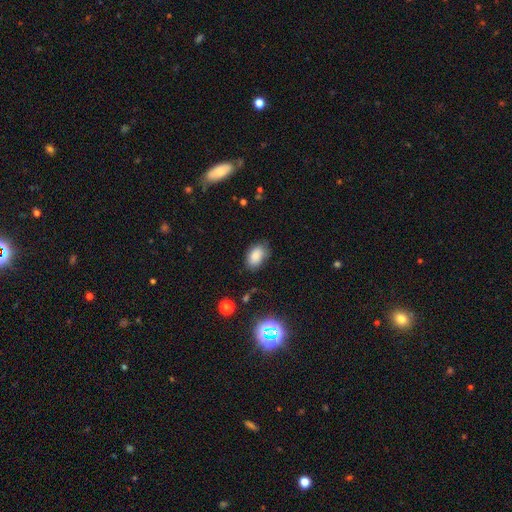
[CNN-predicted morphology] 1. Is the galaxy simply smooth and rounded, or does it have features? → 83% smooth, 10% star or artifact, 8% featured or disk.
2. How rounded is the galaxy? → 90% in between, 9% round, 1% cigar-shaped.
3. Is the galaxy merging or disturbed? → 73% none, 21% minor disturbance, 5% major disturbance, 2% merger.